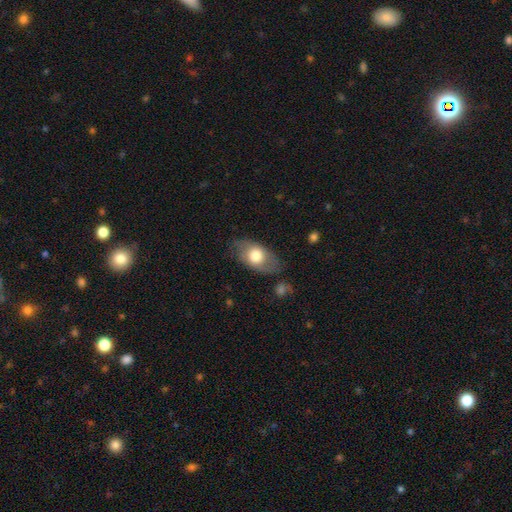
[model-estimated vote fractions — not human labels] Smooth or featured?
  - smooth: 65% *
  - featured or disk: 29%
  - star or artifact: 6%
How rounded?
  - in between: 89% *
  - round: 8%
  - cigar-shaped: 3%
Merging?
  - none: 73% *
  - minor disturbance: 19%
  - major disturbance: 6%
  - merger: 2%